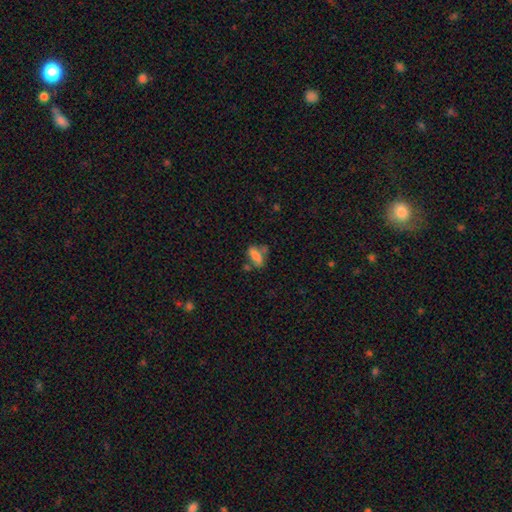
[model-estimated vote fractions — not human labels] Smooth or featured? smooth (72%)
How rounded? in between (74%)
Merging? none (48%)